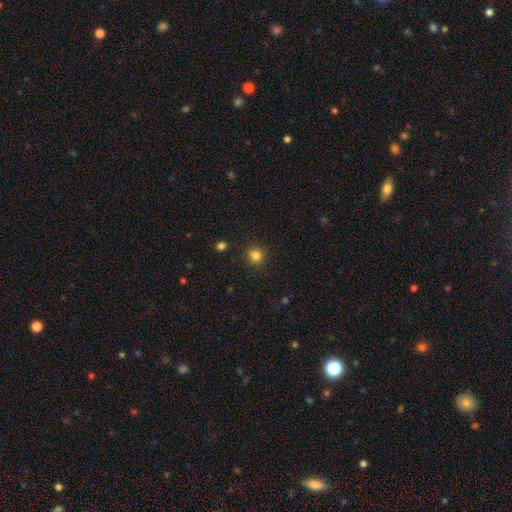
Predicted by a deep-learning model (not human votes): Q: Smooth or featured?
A: smooth (82%); runner-up: star or artifact (13%)
Q: How rounded?
A: round (88%); runner-up: in between (11%)
Q: Merging?
A: none (85%); runner-up: minor disturbance (9%)